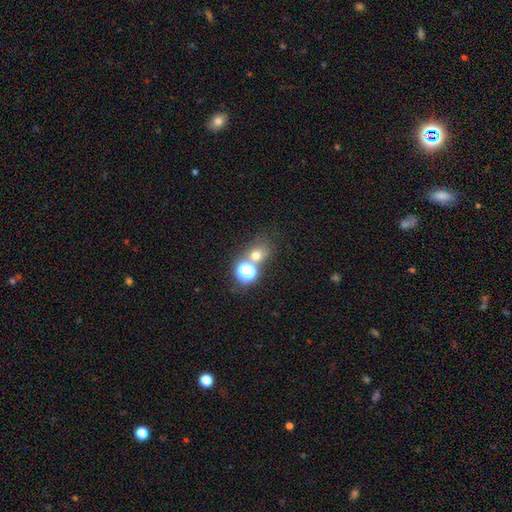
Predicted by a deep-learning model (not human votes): Smooth or featured?
  - smooth: 65% *
  - star or artifact: 25%
  - featured or disk: 10%
How rounded?
  - round: 72% *
  - in between: 27%
  - cigar-shaped: 1%
Merging?
  - none: 54% *
  - merger: 31%
  - minor disturbance: 9%
  - major disturbance: 5%